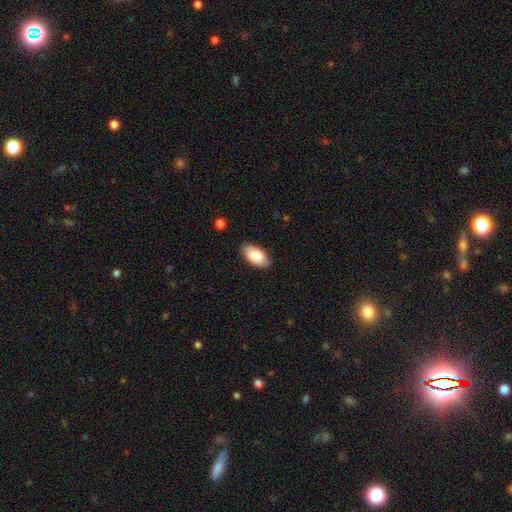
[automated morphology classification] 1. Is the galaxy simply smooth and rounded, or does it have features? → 83% smooth, 11% featured or disk, 6% star or artifact.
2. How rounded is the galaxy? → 94% in between, 4% cigar-shaped, 2% round.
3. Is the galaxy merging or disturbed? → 84% none, 12% minor disturbance, 2% major disturbance, 1% merger.